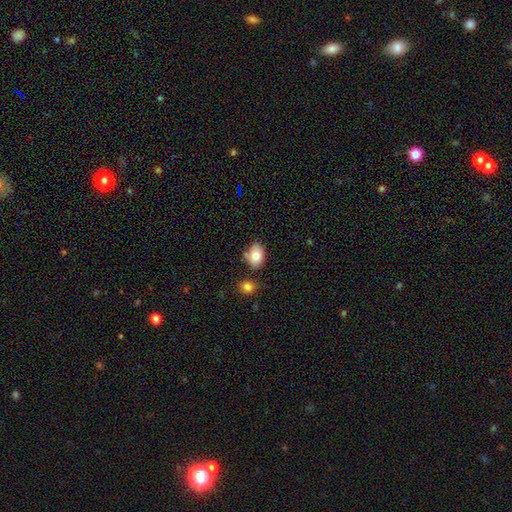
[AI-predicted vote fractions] smooth_or_featured: smooth (p=0.81) [alt: featured or disk p=0.11]
how_rounded: in between (p=0.77) [alt: round p=0.22]
merging: none (p=0.65) [alt: minor disturbance p=0.21]